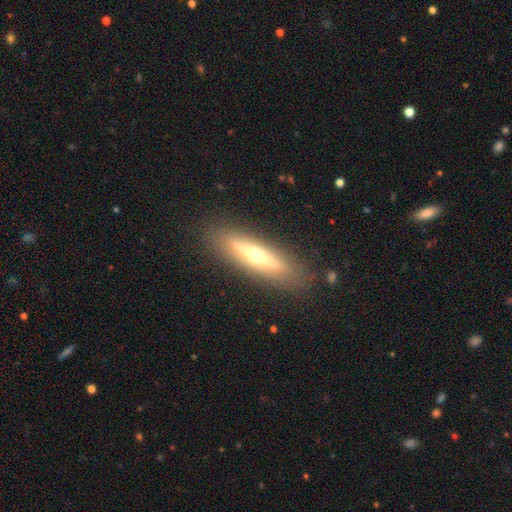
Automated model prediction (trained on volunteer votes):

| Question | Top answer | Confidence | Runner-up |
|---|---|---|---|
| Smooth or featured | featured or disk | 56% | smooth (36%) |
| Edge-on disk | yes | 84% | no (16%) |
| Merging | none | 87% | minor disturbance (9%) |